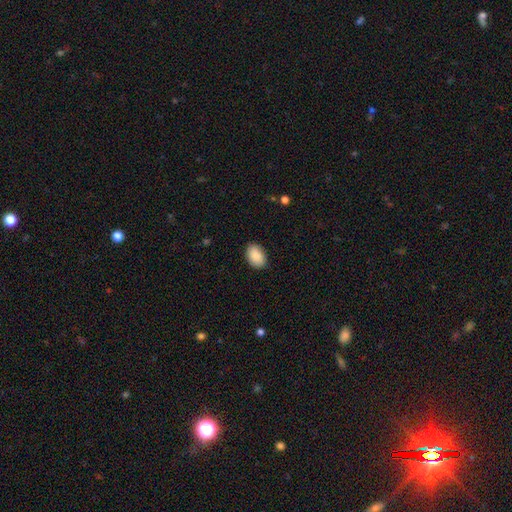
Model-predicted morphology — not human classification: A smooth galaxy with no disk features (90%) that is in between round and cigar-shaped (88%). Merging: none (88%).